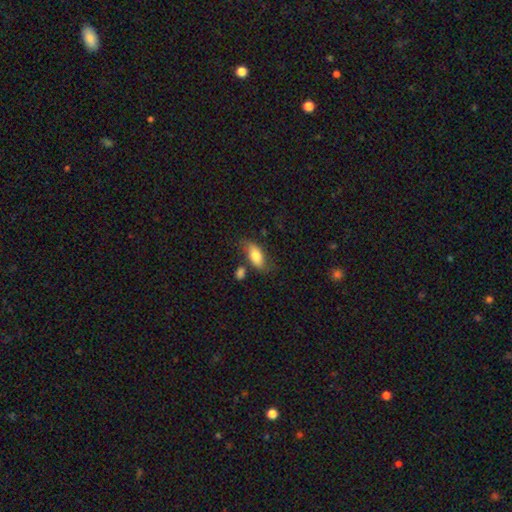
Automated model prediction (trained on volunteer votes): Smooth or featured? smooth (73%)
How rounded? in between (86%)
Merging? none (64%)